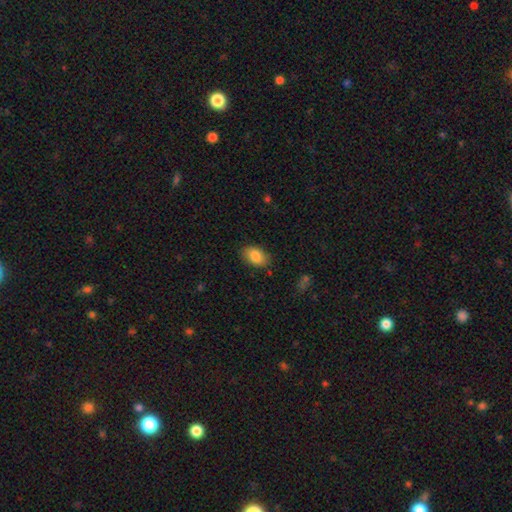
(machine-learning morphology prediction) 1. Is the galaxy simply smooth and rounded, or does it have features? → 85% smooth, 7% featured or disk, 7% star or artifact.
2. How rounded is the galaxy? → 87% in between, 12% round, 1% cigar-shaped.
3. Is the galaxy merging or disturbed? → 84% none, 11% minor disturbance, 3% major disturbance, 1% merger.